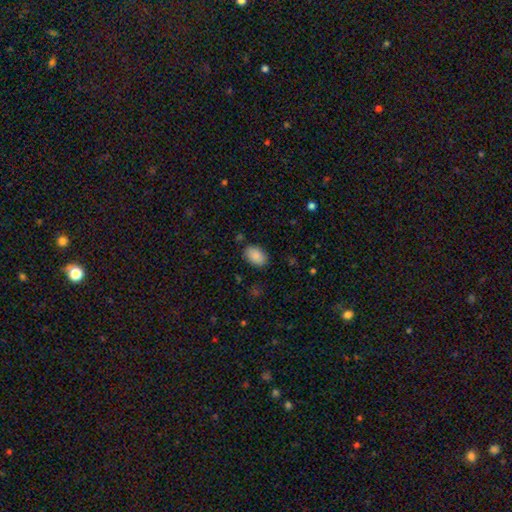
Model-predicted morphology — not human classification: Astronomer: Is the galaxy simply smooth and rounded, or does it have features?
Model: smooth — 89%.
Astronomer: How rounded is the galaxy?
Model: in between — 88%.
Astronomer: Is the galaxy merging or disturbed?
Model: none — 82%.